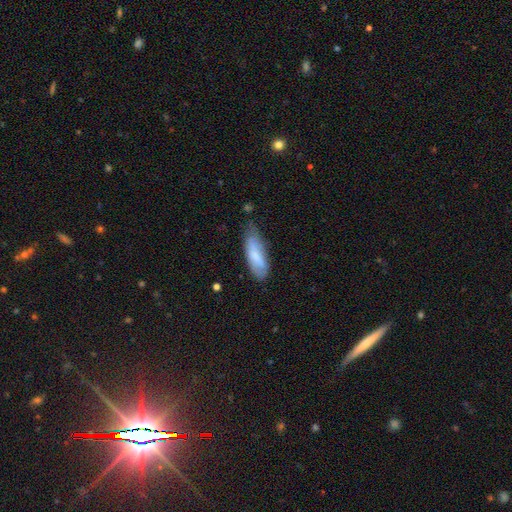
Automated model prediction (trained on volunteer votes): A smooth galaxy with no disk features (75%) that is in between round and cigar-shaped (63%).

Vote fractions:
- Smooth or featured? smooth: 75% / featured or disk: 18% / star or artifact: 6%
- How rounded? in between: 63% / cigar-shaped: 35% / round: 2%
- Merging? none: 48% / minor disturbance: 40% / major disturbance: 9% / merger: 3%